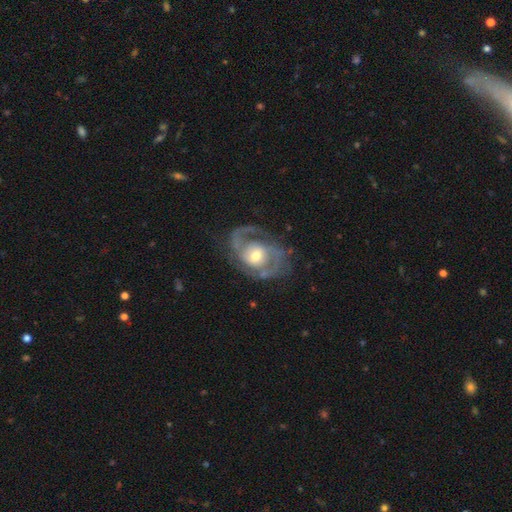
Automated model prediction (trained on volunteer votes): smooth-or-featured: featured or disk: 87% | smooth: 8% | star or artifact: 5%
  disk-edge-on: no: 97% | yes: 3%
    bar: no: 59% | weak: 32% | strong: 9%
    has-spiral-arms: yes: 94% | no: 6%
      spiral-winding: medium: 51% | tight: 30% | loose: 20%
      spiral-arm-count: 2: 81% | can't tell: 6% | 1: 5% | 3: 4% | 4: 2% | more than 4: 2%
    bulge-size: moderate: 65% | small: 23% | large: 10% | dominant: 1% | none: 1%
  merging: none: 68% | minor disturbance: 18% | major disturbance: 13% | merger: 2%